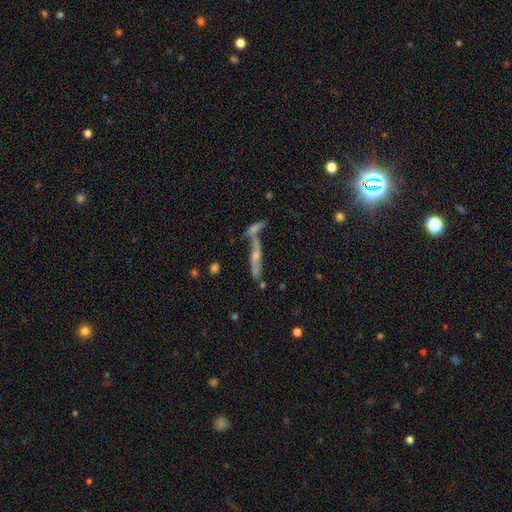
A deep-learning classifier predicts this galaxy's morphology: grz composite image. It shows a featured or disk galaxy (59%) viewed edge-on (76%). Merging: none (46%).